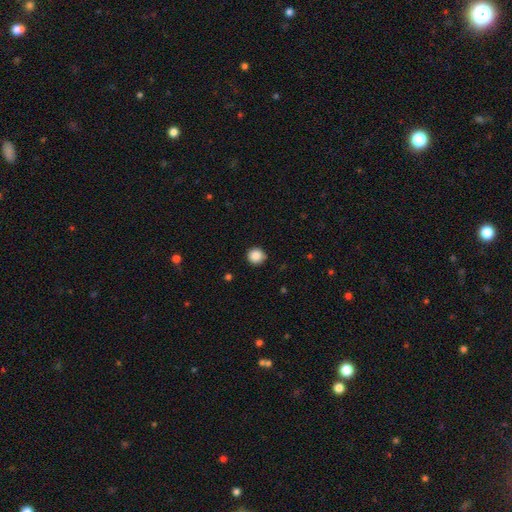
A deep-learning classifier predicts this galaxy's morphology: Smooth or featured: smooth — 87% (star or artifact — 9%)
How rounded: round — 94% (in between — 5%)
Merging: none — 89% (minor disturbance — 8%)